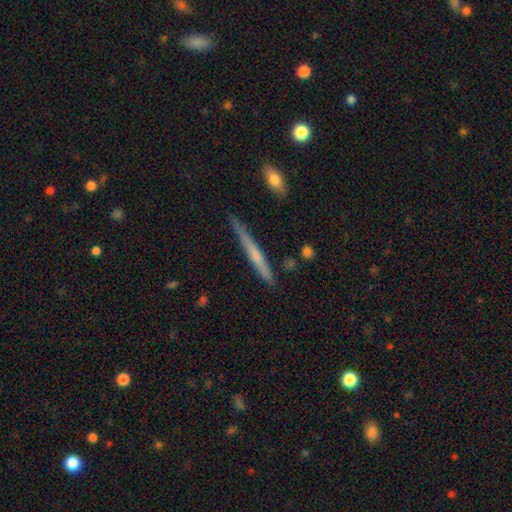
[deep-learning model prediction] Smooth or featured?
  - featured or disk: 49% *
  - smooth: 45%
  - star or artifact: 7%
Merging?
  - none: 82% *
  - minor disturbance: 13%
  - major disturbance: 2%
  - merger: 2%